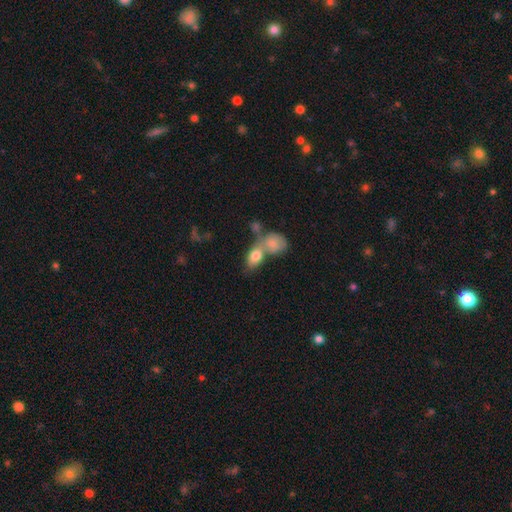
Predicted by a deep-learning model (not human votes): A smooth galaxy with no disk features (78%) that is in between round and cigar-shaped (82%).

Vote fractions:
- Smooth or featured? smooth: 78% / featured or disk: 15% / star or artifact: 7%
- How rounded? in between: 82% / round: 14% / cigar-shaped: 4%
- Merging? merger: 57% / none: 29% / minor disturbance: 9% / major disturbance: 4%